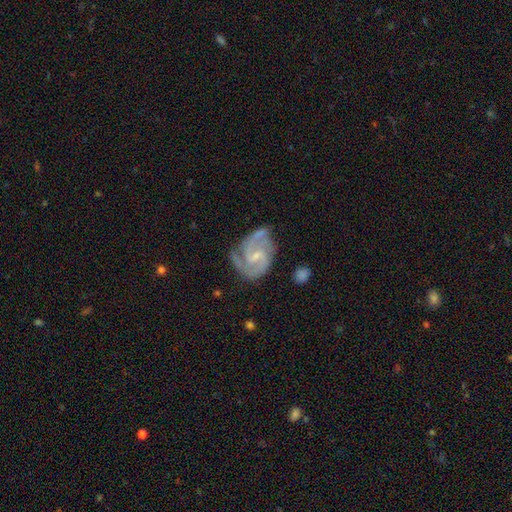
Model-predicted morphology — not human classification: Q: Smooth or featured?
A: featured or disk (89%); runner-up: smooth (6%)
Q: Edge-on disk?
A: no (98%); runner-up: yes (2%)
Q: Bar?
A: weak (55%); runner-up: no (31%)
Q: Spiral arms?
A: yes (98%); runner-up: no (2%)
Q: Spiral winding?
A: medium (53%); runner-up: tight (35%)
Q: Spiral arm count?
A: 2 (67%); runner-up: 3 (19%)
Q: Bulge size?
A: small (65%); runner-up: moderate (23%)
Q: Merging?
A: none (62%); runner-up: minor disturbance (24%)